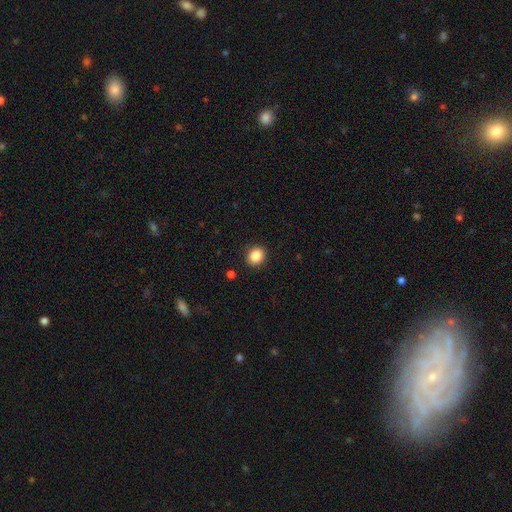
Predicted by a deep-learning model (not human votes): smooth_or_featured: smooth (p=0.87) [alt: star or artifact p=0.09]
how_rounded: round (p=0.75) [alt: in between p=0.25]
merging: none (p=0.90) [alt: minor disturbance p=0.07]